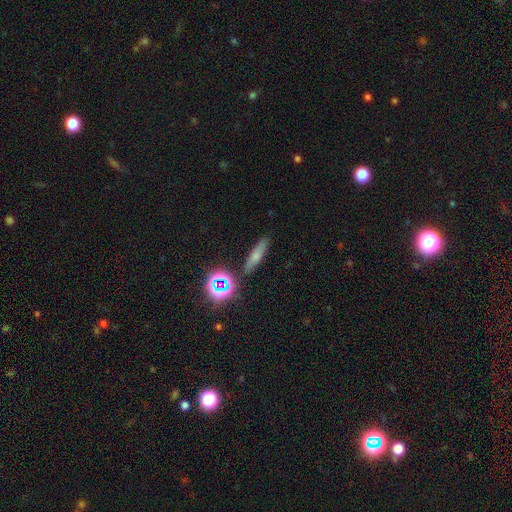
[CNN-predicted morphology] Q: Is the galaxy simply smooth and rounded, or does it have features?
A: smooth — 59%.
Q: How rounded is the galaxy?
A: cigar-shaped — 66%.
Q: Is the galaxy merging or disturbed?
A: none — 84%.